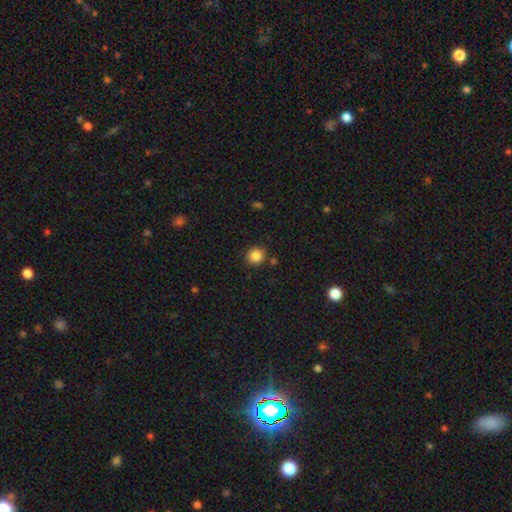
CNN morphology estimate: Smooth or featured? Predicted: smooth (p=0.85). How rounded? Predicted: round (p=0.89). Merging? Predicted: none (p=0.84).